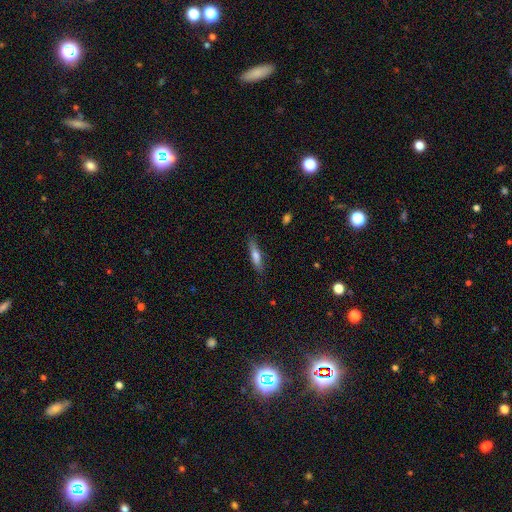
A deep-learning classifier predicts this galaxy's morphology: Smooth or featured? Predicted: smooth (p=0.67). How rounded? Predicted: cigar-shaped (p=0.78). Merging? Predicted: none (p=0.82).